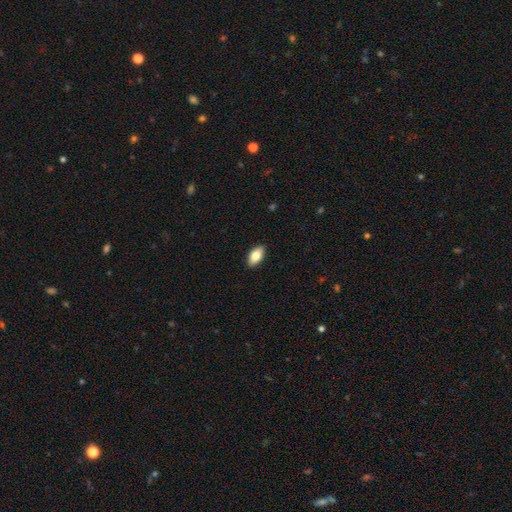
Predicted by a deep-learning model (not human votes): Smooth or featured?
  - smooth: 81% *
  - featured or disk: 13%
  - star or artifact: 7%
How rounded?
  - in between: 92% *
  - cigar-shaped: 5%
  - round: 3%
Merging?
  - none: 90% *
  - minor disturbance: 8%
  - major disturbance: 2%
  - merger: 1%